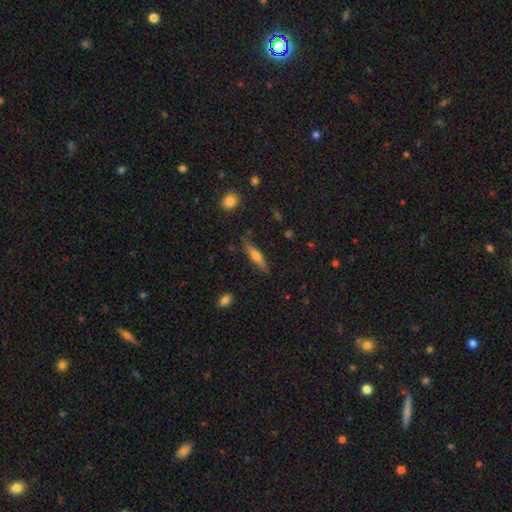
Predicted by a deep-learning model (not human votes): The model was most divided on "smooth or featured": smooth: 56%, featured or disk: 37%, star or artifact: 7%. More confident: merging — none (81%); how rounded — cigar-shaped (76%).